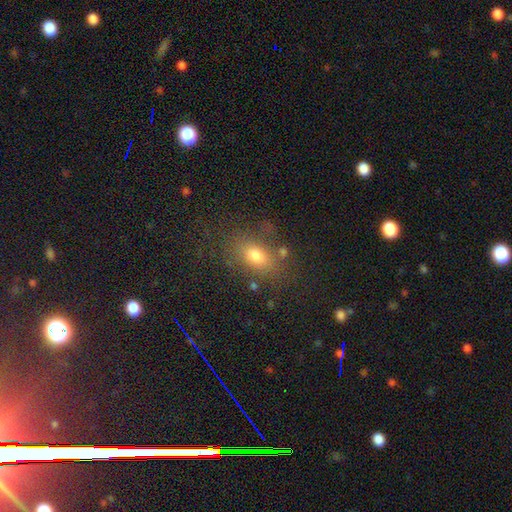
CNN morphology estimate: A smooth galaxy with no disk features (73%) that is in between round and cigar-shaped (78%).

Vote fractions:
- Smooth or featured? smooth: 73% / star or artifact: 14% / featured or disk: 13%
- How rounded? in between: 78% / round: 19% / cigar-shaped: 3%
- Merging? none: 73% / minor disturbance: 15% / major disturbance: 7% / merger: 5%